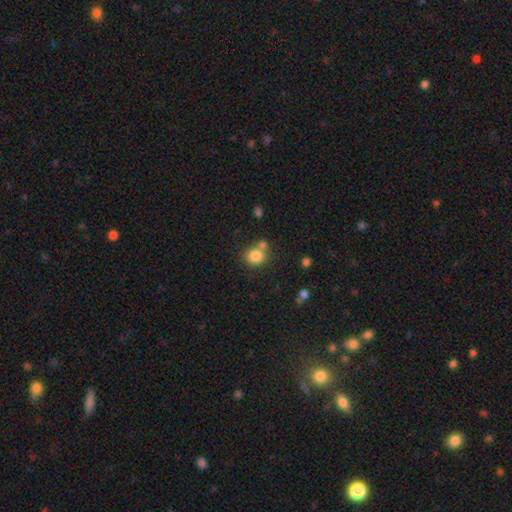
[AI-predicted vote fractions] Smooth or featured? Predicted: smooth (p=0.83). How rounded? Predicted: round (p=0.79). Merging? Predicted: none (p=0.59).